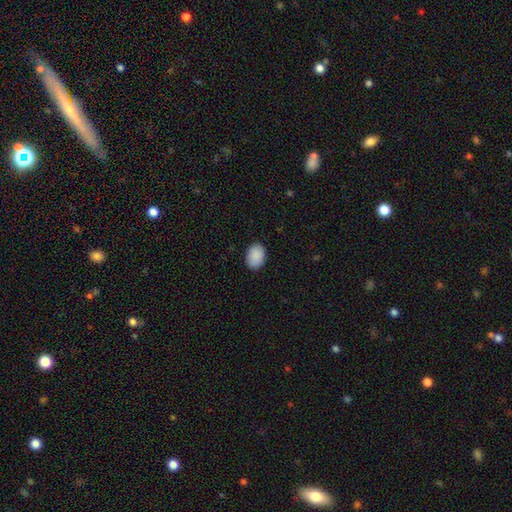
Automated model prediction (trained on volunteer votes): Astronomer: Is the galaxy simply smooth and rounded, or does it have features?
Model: smooth — 90%.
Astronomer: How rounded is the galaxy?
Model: in between — 75%.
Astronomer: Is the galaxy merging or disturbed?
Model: none — 88%.